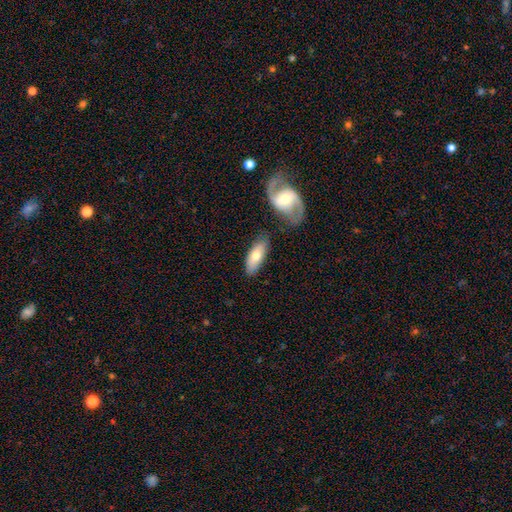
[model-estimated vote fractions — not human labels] Q: Smooth or featured?
A: smooth (63%); runner-up: featured or disk (31%)
Q: How rounded?
A: in between (75%); runner-up: cigar-shaped (23%)
Q: Merging?
A: none (72%); runner-up: minor disturbance (16%)